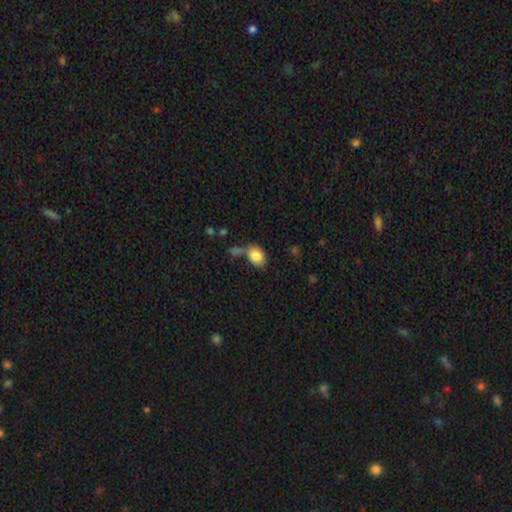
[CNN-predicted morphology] smooth-or-featured: smooth: 83% | featured or disk: 9% | star or artifact: 9%
  how-rounded: in between: 64% | round: 35% | cigar-shaped: 1%
  merging: none: 42% | merger: 28% | minor disturbance: 19% | major disturbance: 11%